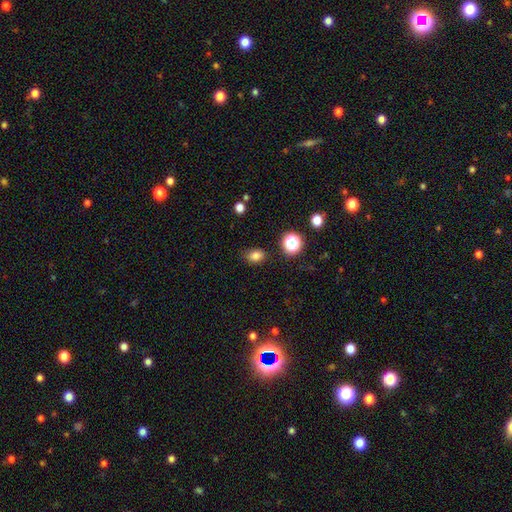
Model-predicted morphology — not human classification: A smooth galaxy with no disk features (80%) that is in between round and cigar-shaped (63%). Merging: none (82%).